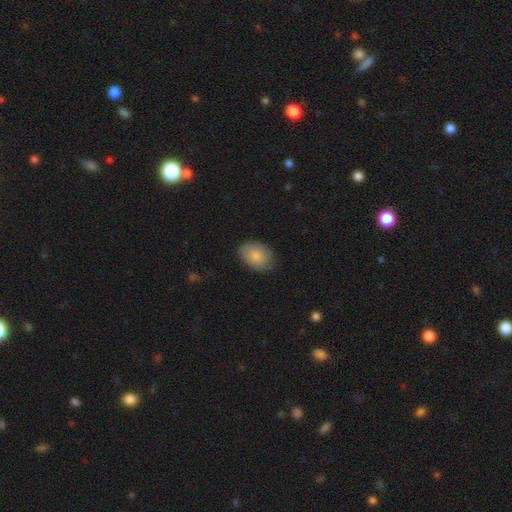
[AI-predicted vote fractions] Smooth or featured?
  - smooth: 81% *
  - featured or disk: 12%
  - star or artifact: 7%
How rounded?
  - in between: 77% *
  - round: 22%
  - cigar-shaped: 1%
Merging?
  - none: 78% *
  - minor disturbance: 18%
  - major disturbance: 3%
  - merger: 1%